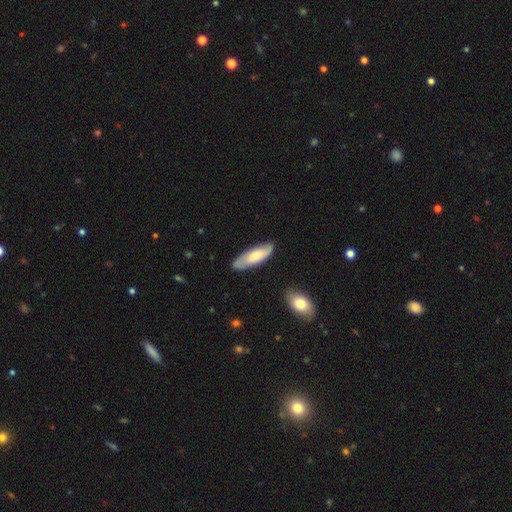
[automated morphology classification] This is possibly a smooth galaxy (52%). How rounded: likely in between (61%). Merging: likely none (79%).